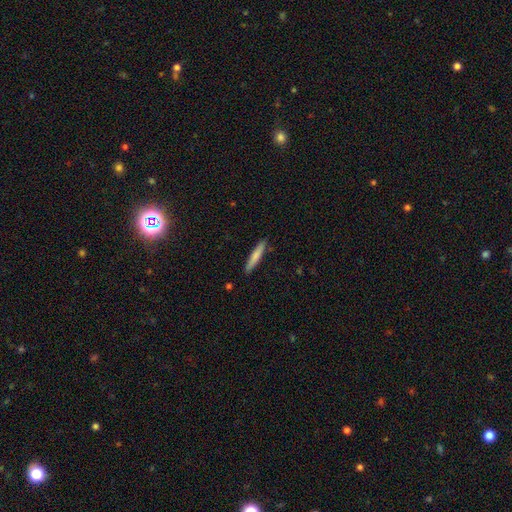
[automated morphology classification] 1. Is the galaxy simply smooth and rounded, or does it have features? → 75% smooth, 19% featured or disk, 5% star or artifact.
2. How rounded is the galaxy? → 92% cigar-shaped, 6% in between, 1% round.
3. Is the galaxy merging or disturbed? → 89% none, 8% minor disturbance, 2% major disturbance, 1% merger.